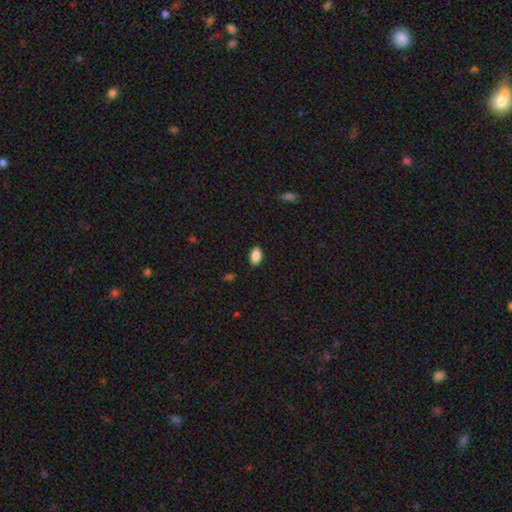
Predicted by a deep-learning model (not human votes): Smooth or featured: smooth — 88% (star or artifact — 8%)
How rounded: in between — 91% (round — 8%)
Merging: none — 88% (minor disturbance — 9%)